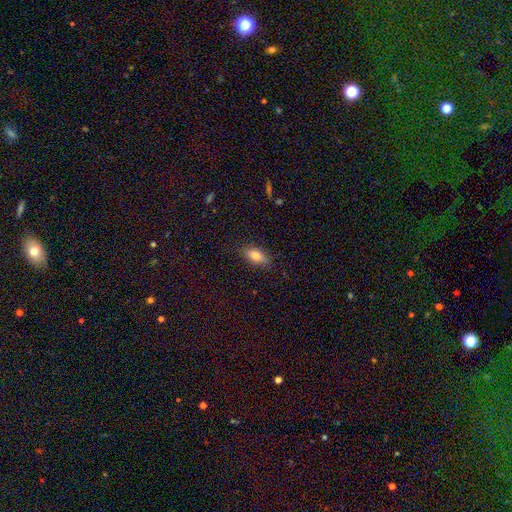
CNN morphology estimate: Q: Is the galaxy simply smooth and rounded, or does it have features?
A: smooth — 77%.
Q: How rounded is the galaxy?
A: in between — 82%.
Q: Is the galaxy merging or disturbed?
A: none — 85%.